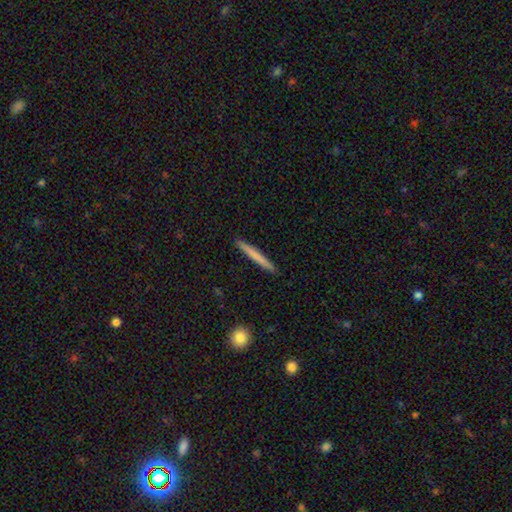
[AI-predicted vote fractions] Smooth or featured: smooth — 69% (featured or disk — 25%)
How rounded: cigar-shaped — 97% (in between — 2%)
Merging: none — 92% (minor disturbance — 6%)